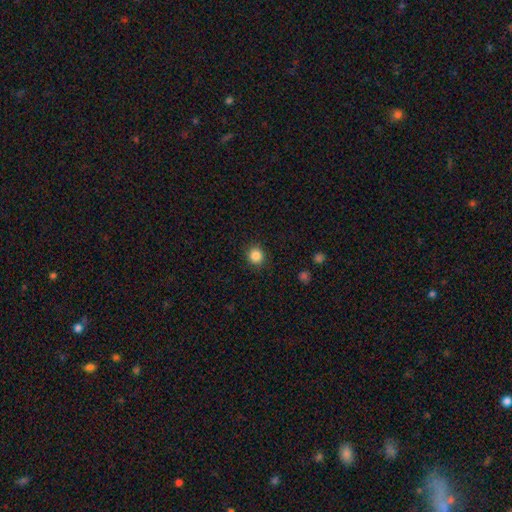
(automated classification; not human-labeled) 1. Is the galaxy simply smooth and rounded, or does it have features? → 86% smooth, 11% star or artifact, 3% featured or disk.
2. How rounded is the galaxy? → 90% round, 9% in between, 1% cigar-shaped.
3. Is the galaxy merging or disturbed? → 91% none, 6% minor disturbance, 2% major disturbance, 1% merger.